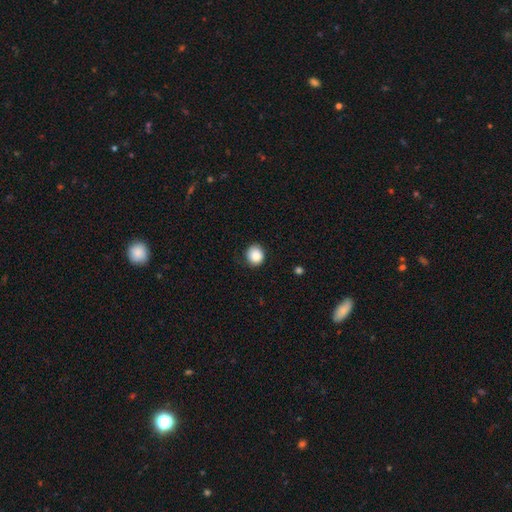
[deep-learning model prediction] smooth-or-featured: smooth: 87% | star or artifact: 9% | featured or disk: 5%
  how-rounded: round: 80% | in between: 19% | cigar-shaped: 1%
  merging: none: 82% | minor disturbance: 14% | major disturbance: 3% | merger: 1%